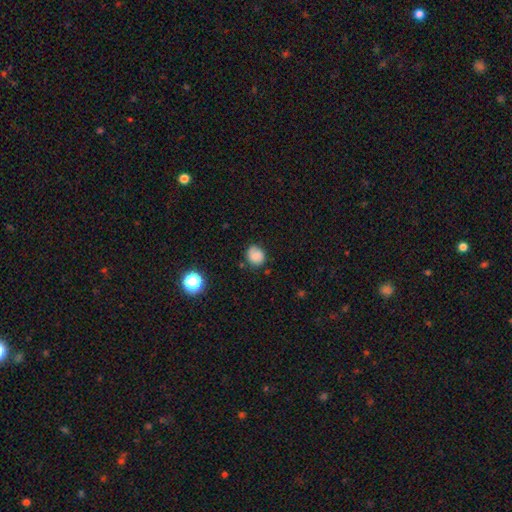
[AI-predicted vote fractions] Smooth or featured?
  - smooth: 79% *
  - featured or disk: 11%
  - star or artifact: 11%
How rounded?
  - round: 76% *
  - in between: 23%
  - cigar-shaped: 1%
Merging?
  - none: 73% *
  - minor disturbance: 20%
  - major disturbance: 5%
  - merger: 2%